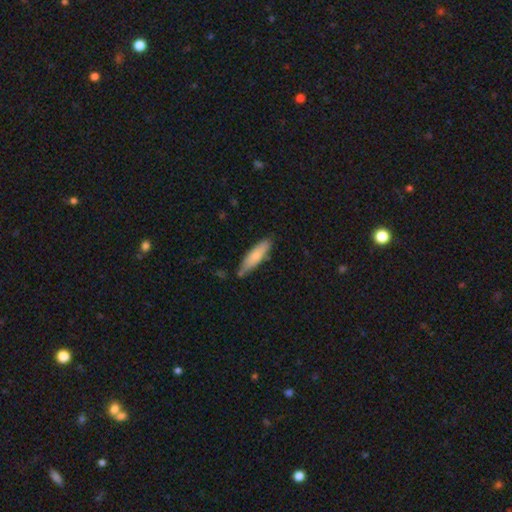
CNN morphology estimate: The model was most divided on "how rounded": cigar-shaped: 70%, in between: 29%, round: 1%. More confident: smooth or featured — smooth (75%); merging — none (73%).